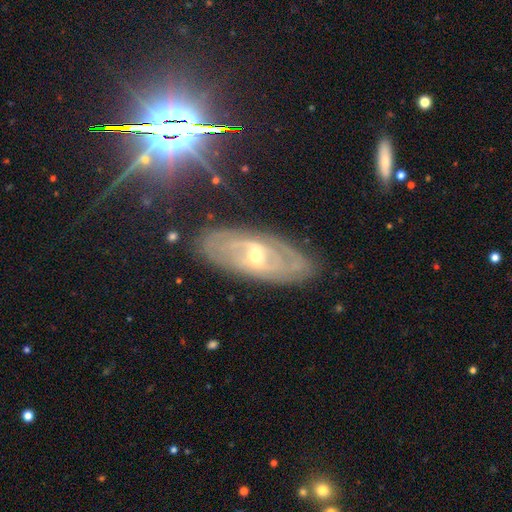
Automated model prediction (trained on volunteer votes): Morphology: type=featured or disk (81%); edge-on=no (87%); bar=weak (50%); spiral arms=yes (89%); winding=tight (63%); arm count=can't tell (43%); bulge=moderate (51%); merging=none (81%).